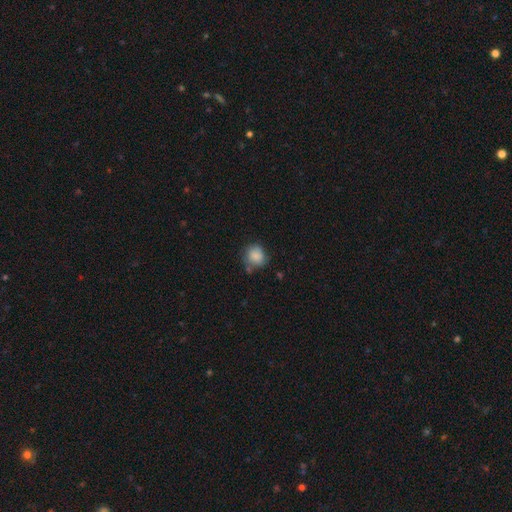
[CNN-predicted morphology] Smooth or featured? smooth (86%)
How rounded? round (80%)
Merging? none (66%)